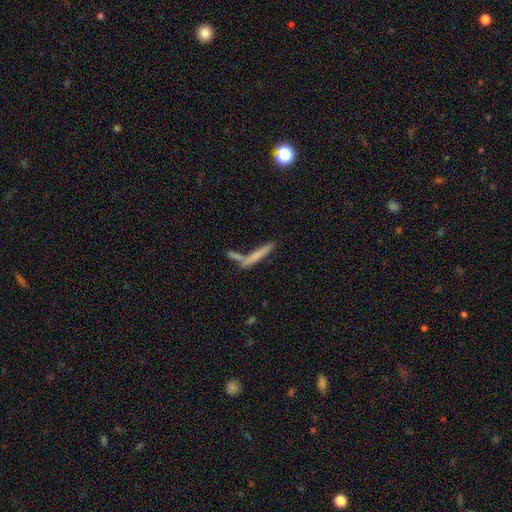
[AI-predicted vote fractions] Overall: smooth (61%; featured or disk 30%). How rounded: cigar-shaped (92%). Merging: none (58%; merger 26%).